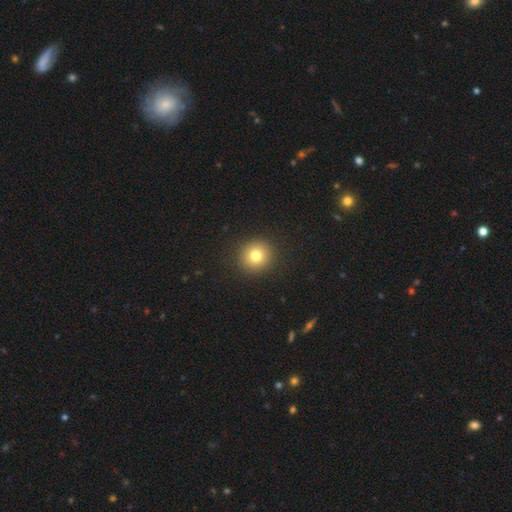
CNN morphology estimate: Overall: smooth (78%). How rounded: round (92%). Merging: none (92%).